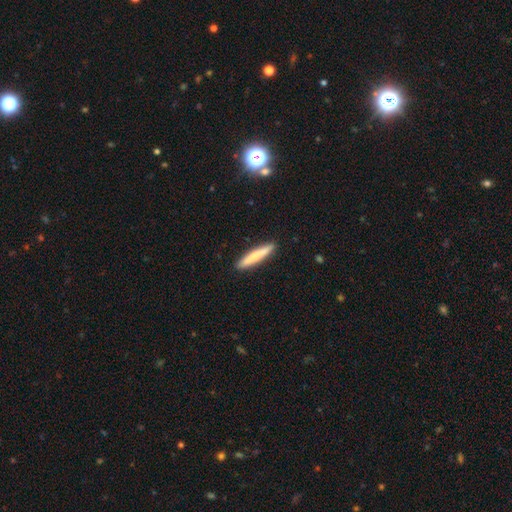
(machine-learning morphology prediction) Q: Smooth or featured?
A: smooth (76%); runner-up: featured or disk (18%)
Q: How rounded?
A: cigar-shaped (94%); runner-up: in between (5%)
Q: Merging?
A: none (91%); runner-up: minor disturbance (6%)